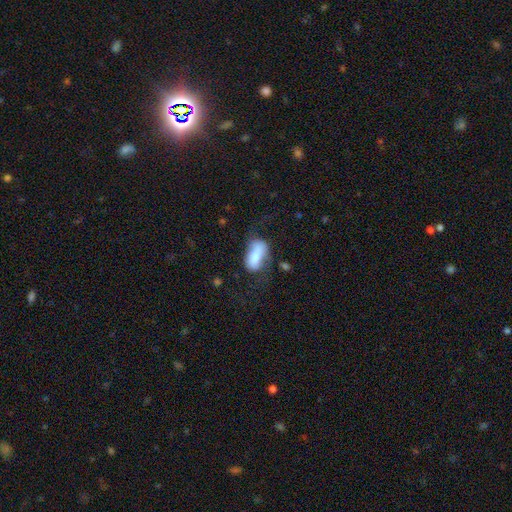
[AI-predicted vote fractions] Smooth or featured: smooth — 67% (featured or disk — 26%)
How rounded: in between — 89% (cigar-shaped — 6%)
Merging: none — 44% (minor disturbance — 29%)